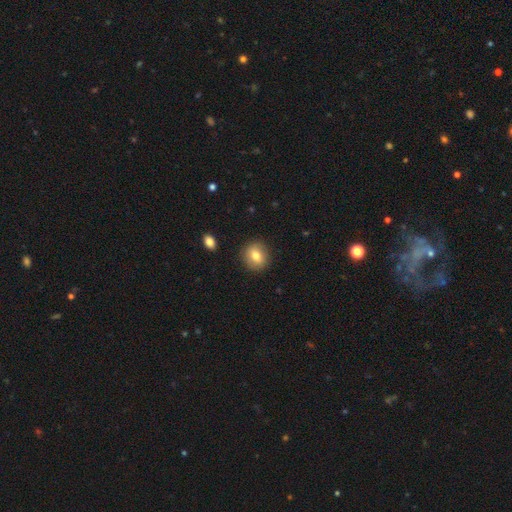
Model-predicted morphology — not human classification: The model was most divided on "how rounded": round: 75%, in between: 24%, cigar-shaped: 1%. More confident: merging — none (89%); smooth or featured — smooth (75%).